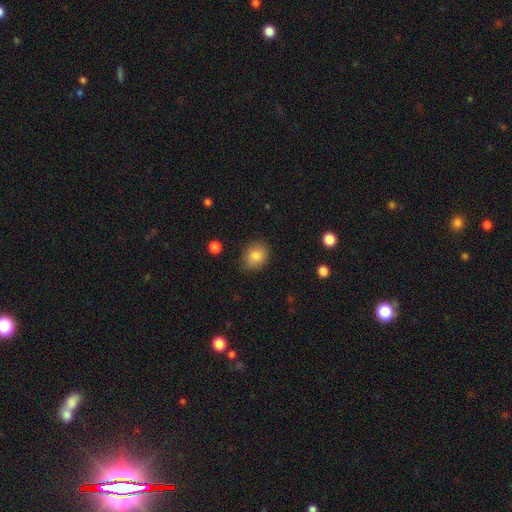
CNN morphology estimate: Smooth or featured: smooth — 83% (star or artifact — 9%)
How rounded: round — 63% (in between — 36%)
Merging: none — 83% (minor disturbance — 13%)